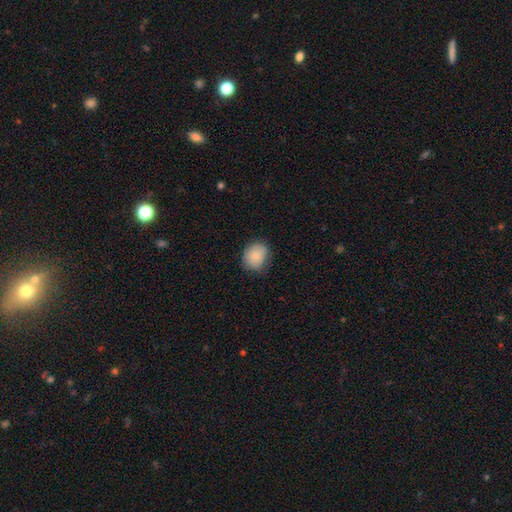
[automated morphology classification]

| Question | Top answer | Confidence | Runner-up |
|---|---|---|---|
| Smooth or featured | smooth | 85% | star or artifact (8%) |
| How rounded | round | 64% | in between (35%) |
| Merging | none | 75% | minor disturbance (20%) |